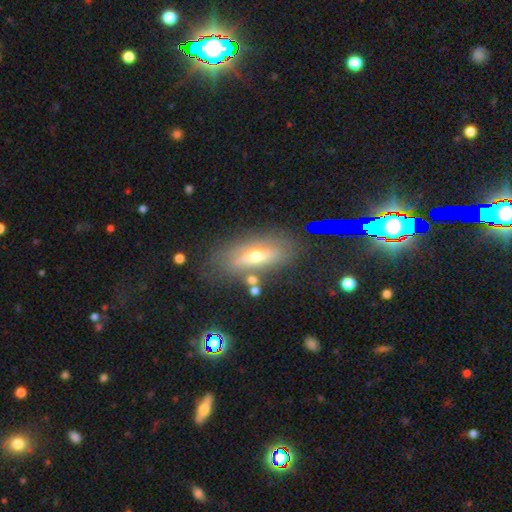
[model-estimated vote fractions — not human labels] A featured or disk galaxy (45%).

Vote fractions:
- Smooth or featured? featured or disk: 45% / smooth: 42% / star or artifact: 13%
- Merging? none: 72% / minor disturbance: 16% / major disturbance: 6% / merger: 6%